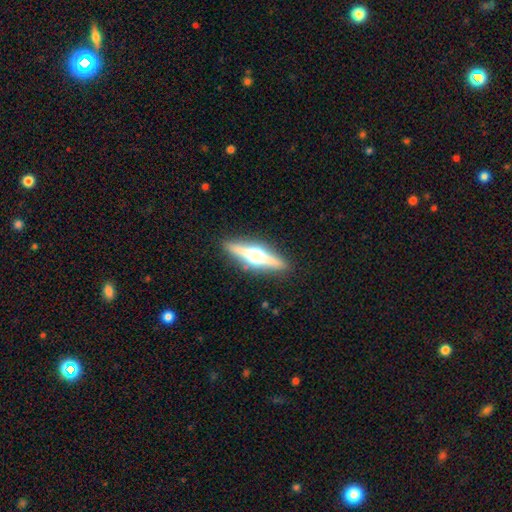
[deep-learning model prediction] Smooth or featured? Predicted: featured or disk (p=0.75). Edge-on disk? Predicted: yes (p=0.97). Edge-on bulge? Predicted: rounded (p=0.95). Merging? Predicted: none (p=0.90).